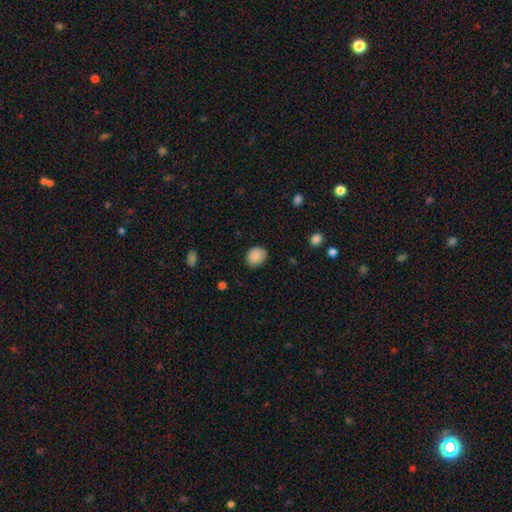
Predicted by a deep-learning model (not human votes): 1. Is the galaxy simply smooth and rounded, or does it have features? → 88% smooth, 8% star or artifact, 4% featured or disk.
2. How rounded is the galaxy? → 64% round, 35% in between, 1% cigar-shaped.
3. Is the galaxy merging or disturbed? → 80% none, 16% minor disturbance, 3% major disturbance, 1% merger.